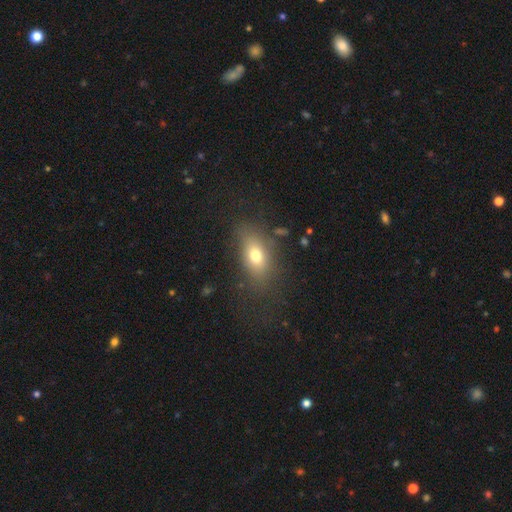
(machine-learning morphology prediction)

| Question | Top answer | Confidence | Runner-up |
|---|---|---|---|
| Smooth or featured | smooth | 73% | featured or disk (16%) |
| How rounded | in between | 80% | round (14%) |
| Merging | none | 71% | minor disturbance (17%) |